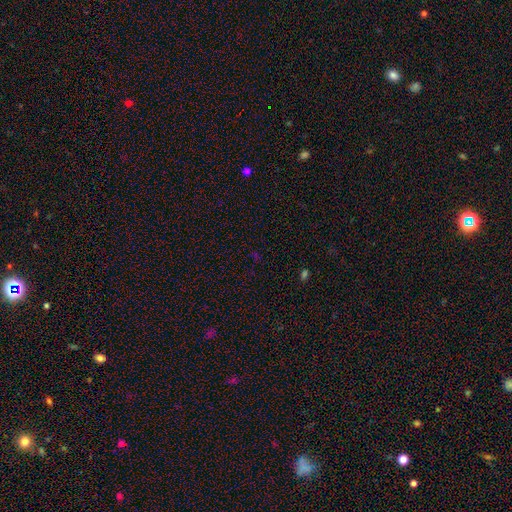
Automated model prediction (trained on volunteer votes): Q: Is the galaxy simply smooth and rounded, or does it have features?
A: star or artifact — 63%.